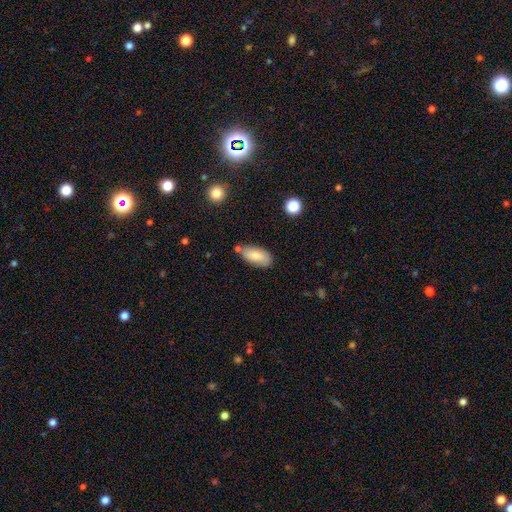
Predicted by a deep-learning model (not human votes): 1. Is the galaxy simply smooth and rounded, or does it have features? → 79% smooth, 14% featured or disk, 7% star or artifact.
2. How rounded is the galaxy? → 90% in between, 7% cigar-shaped, 3% round.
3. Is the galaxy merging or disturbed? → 68% none, 19% minor disturbance, 10% merger, 4% major disturbance.